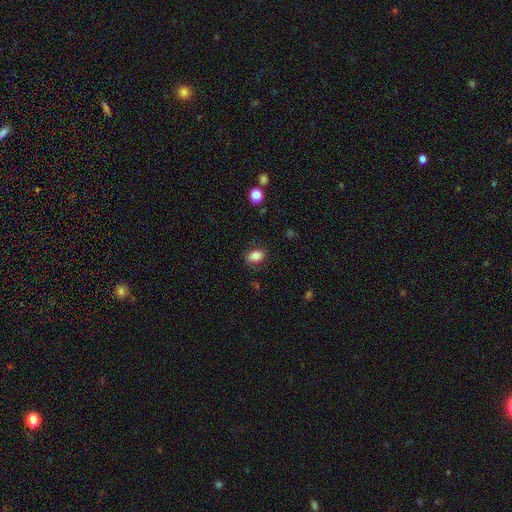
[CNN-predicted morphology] This appears to be a smooth galaxy with no disk features (83%) that is in between round and cigar-shaped (77%). Merging: none (79%).